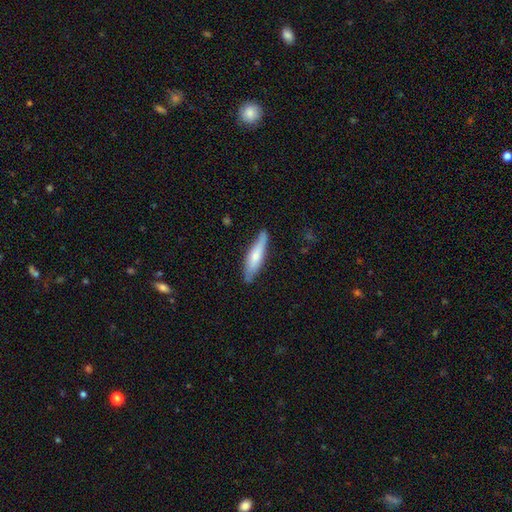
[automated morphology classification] A smooth galaxy with no disk features (58%) that is cigar-shaped (76%).

Vote fractions:
- Smooth or featured? smooth: 58% / featured or disk: 36% / star or artifact: 5%
- How rounded? cigar-shaped: 76% / in between: 22% / round: 2%
- Merging? none: 77% / minor disturbance: 18% / major disturbance: 3% / merger: 2%